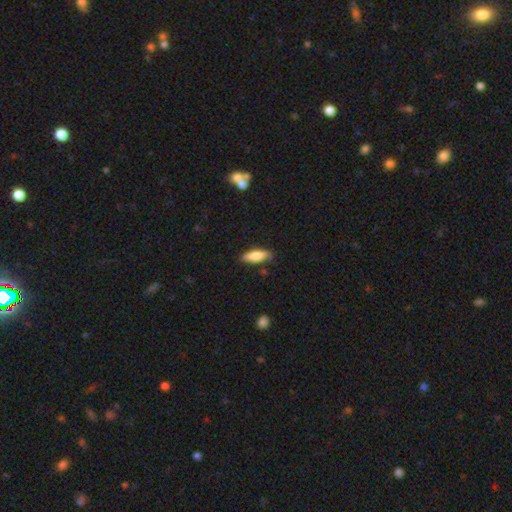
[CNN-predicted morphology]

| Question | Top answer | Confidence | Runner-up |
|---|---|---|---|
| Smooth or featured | smooth | 82% | featured or disk (12%) |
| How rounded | in between | 55% | cigar-shaped (43%) |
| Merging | none | 83% | minor disturbance (13%) |